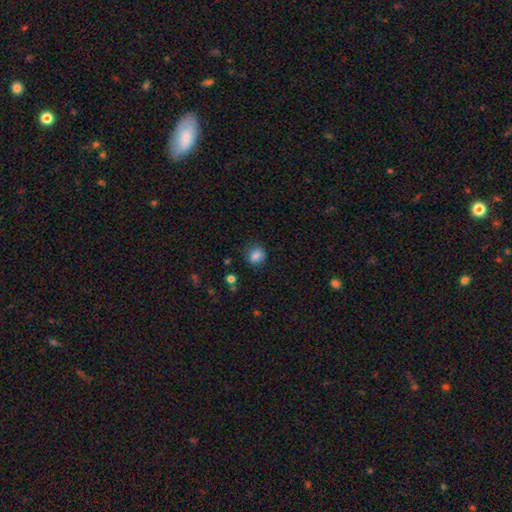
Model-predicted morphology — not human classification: type=smooth (83%); roundness=round (67%); merging=none (80%).